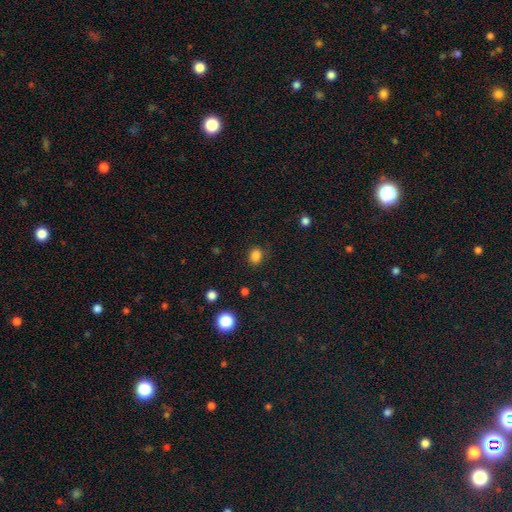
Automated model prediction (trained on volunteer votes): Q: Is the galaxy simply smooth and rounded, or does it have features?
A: smooth — 83%.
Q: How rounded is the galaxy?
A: round — 56%.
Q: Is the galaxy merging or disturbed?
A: none — 81%.